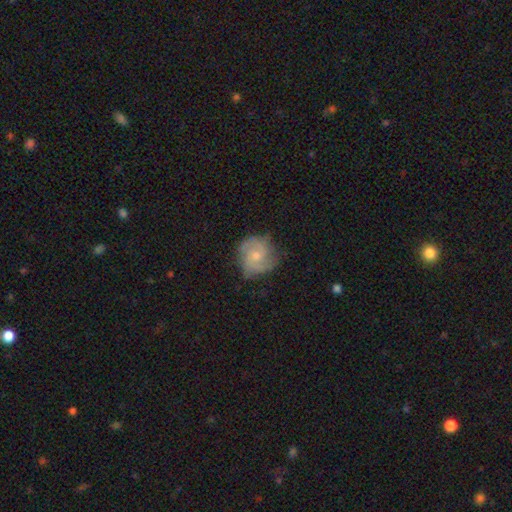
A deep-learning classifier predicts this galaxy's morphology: This is likely a featured or disk galaxy (64%). It is clearly not viewed edge-on (98%). Bar: likely no (71%). Spiral arm pattern: clearly yes (88%). Spiral arm count: possibly 2 (45%). Spiral winding: marginally medium (44%). Central bulge: possibly moderate (48%). Merging: likely none (67%).